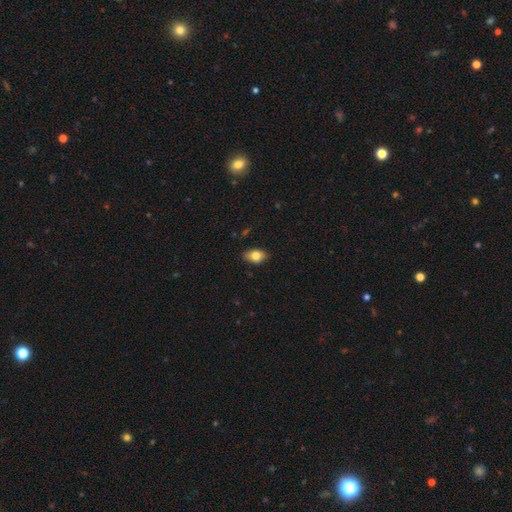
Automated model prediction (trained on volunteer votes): A smooth galaxy with no disk features (81%) that is in between round and cigar-shaped (85%). Merging: none (85%).